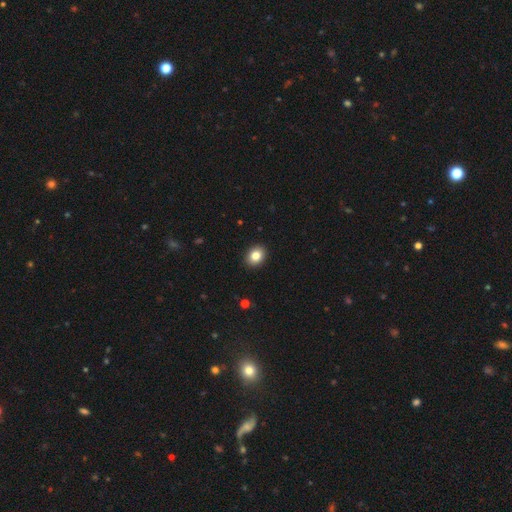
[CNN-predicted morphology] smooth 83%, star or artifact 10%, featured or disk 7%. Down the decision tree: how rounded — round (51%); merging — none (92%).